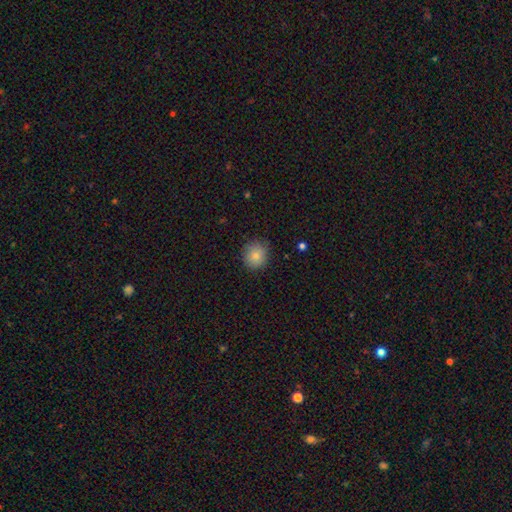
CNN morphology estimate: Overall: smooth (82%). How rounded: round (89%). Merging: none (84%).